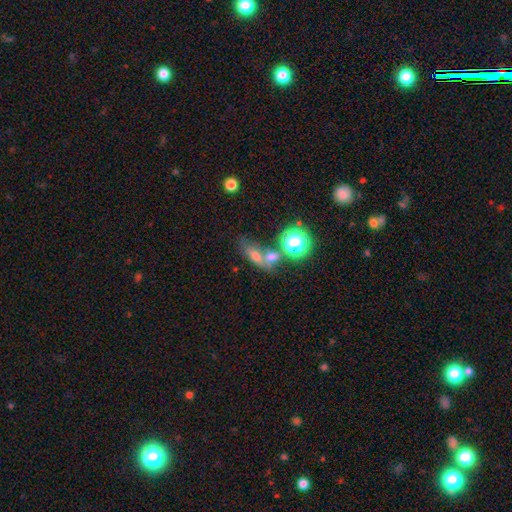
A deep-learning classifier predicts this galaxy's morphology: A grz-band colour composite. It shows a smooth galaxy with no disk features (58%) that is in between round and cigar-shaped (60%). Merging: none (41%).